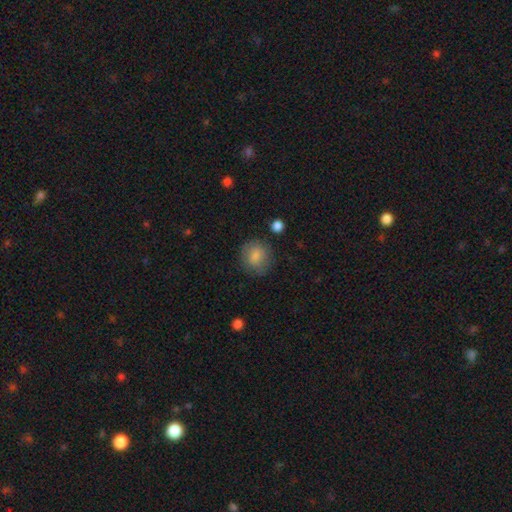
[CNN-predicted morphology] type=smooth (82%); roundness=round (79%); merging=none (77%).